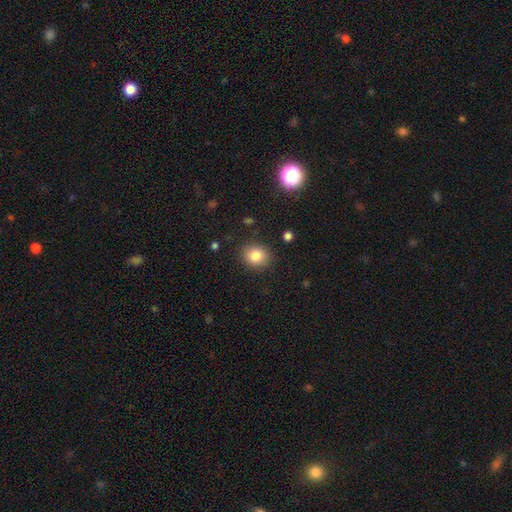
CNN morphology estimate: A smooth galaxy with no disk features (82%) that is round (71%). Merging: none (88%).